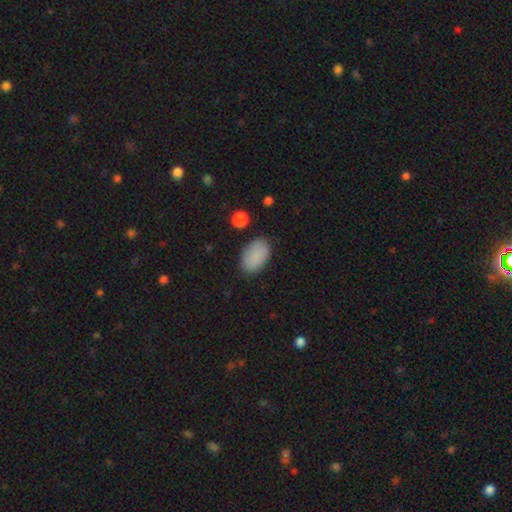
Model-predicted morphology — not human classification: smooth-or-featured: smooth: 88% | star or artifact: 7% | featured or disk: 5%
  how-rounded: in between: 92% | round: 7% | cigar-shaped: 1%
  merging: none: 83% | minor disturbance: 13% | major disturbance: 3% | merger: 2%